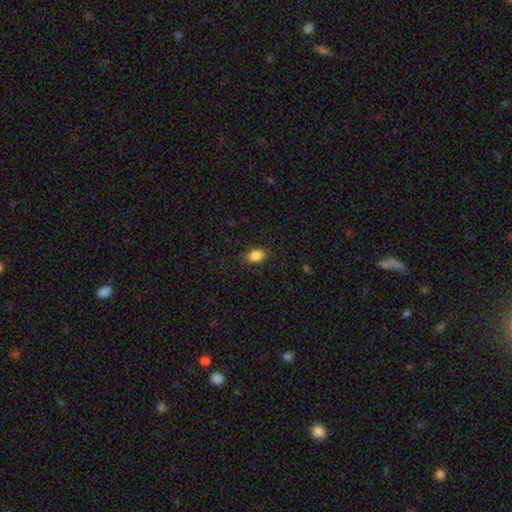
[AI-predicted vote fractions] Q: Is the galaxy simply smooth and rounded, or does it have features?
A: smooth — 86%.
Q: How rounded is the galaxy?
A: in between — 81%.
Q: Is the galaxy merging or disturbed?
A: none — 85%.